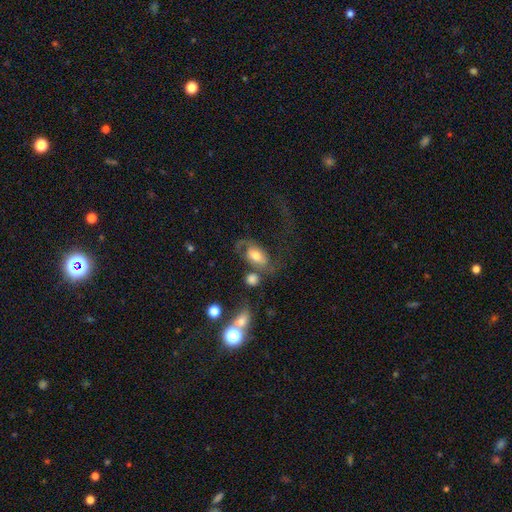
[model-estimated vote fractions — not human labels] Smooth or featured? featured or disk (46%)
Merging? none (34%)